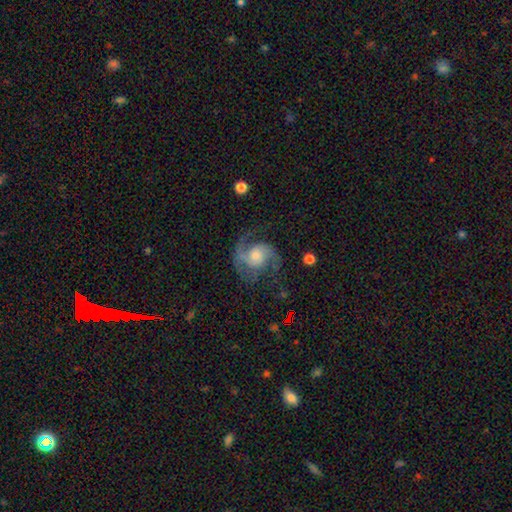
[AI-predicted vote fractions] Morphology: type=featured or disk (87%); edge-on=no (98%); bar=no (68%); spiral arms=yes (97%); winding=medium (56%); arm count=2 (87%); bulge=moderate (44%); merging=none (70%).